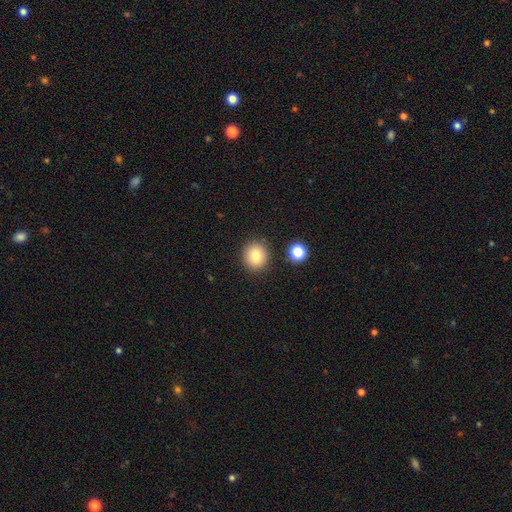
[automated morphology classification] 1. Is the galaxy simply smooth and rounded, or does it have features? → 81% smooth, 11% star or artifact, 8% featured or disk.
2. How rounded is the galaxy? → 83% round, 16% in between, 1% cigar-shaped.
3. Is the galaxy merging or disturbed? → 86% none, 8% minor disturbance, 4% merger, 2% major disturbance.